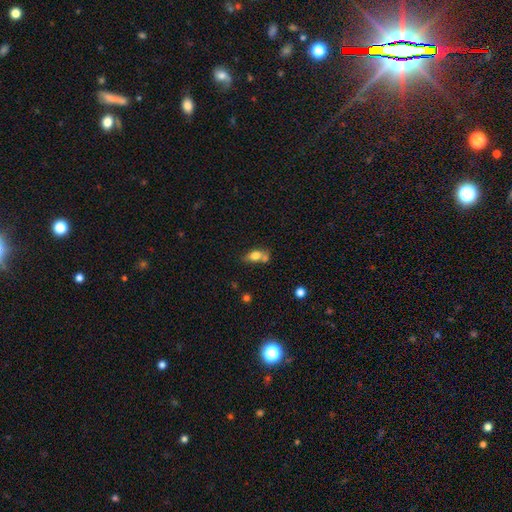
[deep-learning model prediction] Smooth or featured? smooth (72%)
How rounded? in between (75%)
Merging? none (41%)